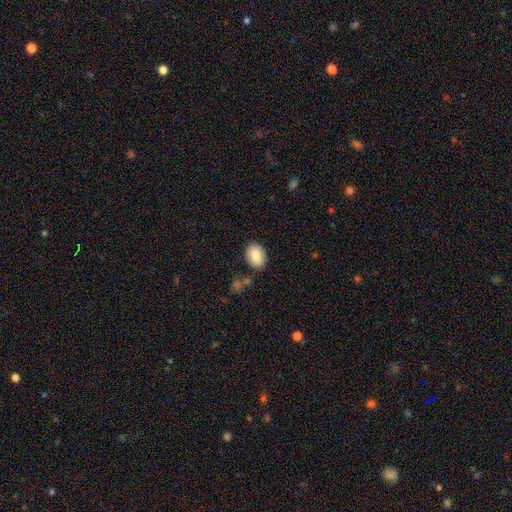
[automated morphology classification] Overall: smooth (85%). How rounded: in between (81%). Merging: none (84%).